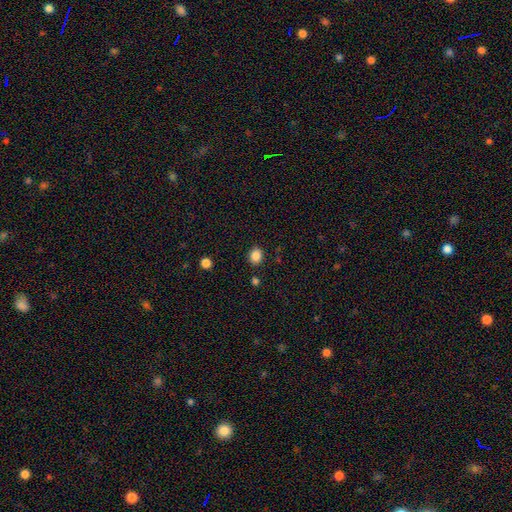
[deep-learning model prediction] A smooth galaxy with no disk features (86%) that is round (62%). Merging: none (86%).